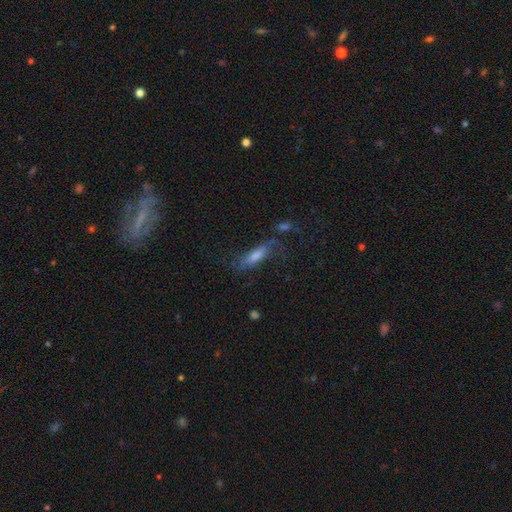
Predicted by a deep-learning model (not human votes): Smooth or featured? Predicted: smooth (p=0.47). Merging? Predicted: none (p=0.51).